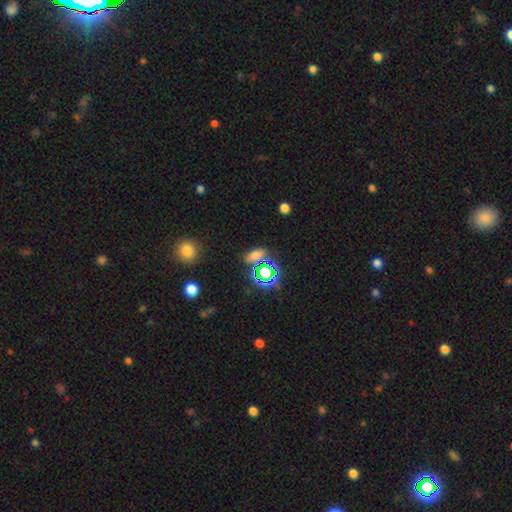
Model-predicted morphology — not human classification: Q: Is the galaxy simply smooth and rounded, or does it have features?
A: smooth — 53%.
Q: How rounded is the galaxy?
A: in between — 72%.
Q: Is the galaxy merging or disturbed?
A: none — 77%.